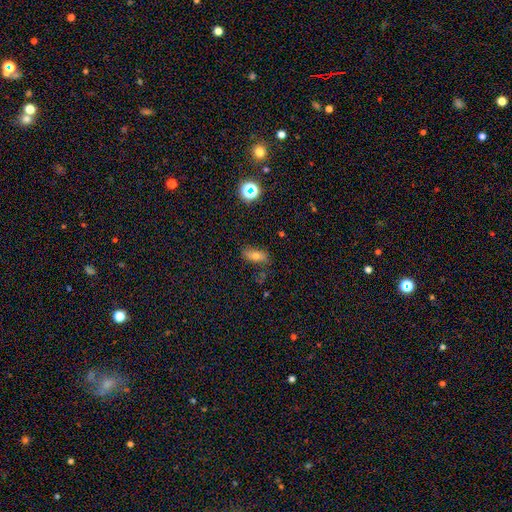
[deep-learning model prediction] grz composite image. It shows a smooth galaxy with no disk features (66%) that is in between round and cigar-shaped (78%). Merging: none (76%).